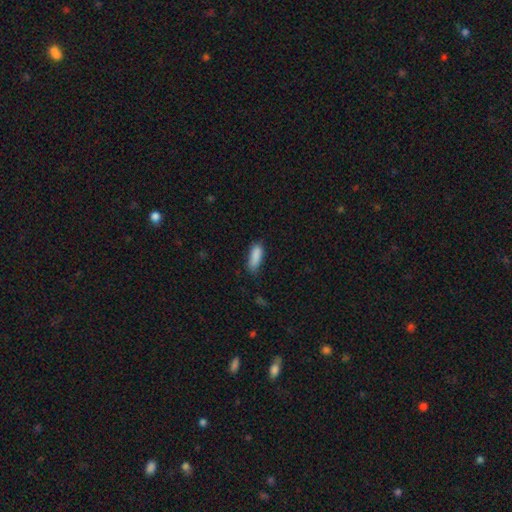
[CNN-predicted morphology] This is clearly a smooth galaxy (88%). How rounded: likely in between (66%). Merging: likely none (73%).